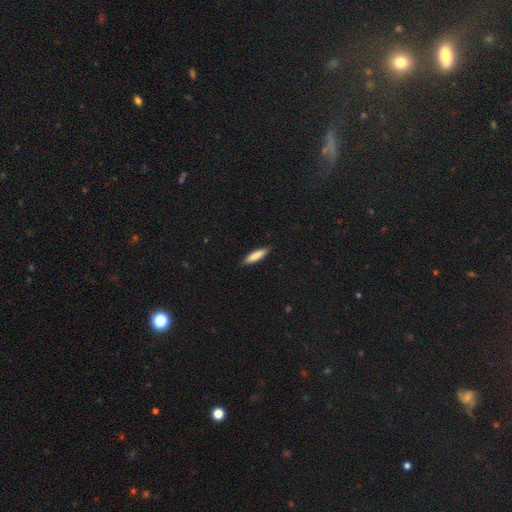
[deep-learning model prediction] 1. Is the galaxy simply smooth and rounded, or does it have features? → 85% smooth, 10% featured or disk, 5% star or artifact.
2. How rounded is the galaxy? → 71% cigar-shaped, 28% in between, 1% round.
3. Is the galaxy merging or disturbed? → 87% none, 10% minor disturbance, 2% major disturbance, 1% merger.